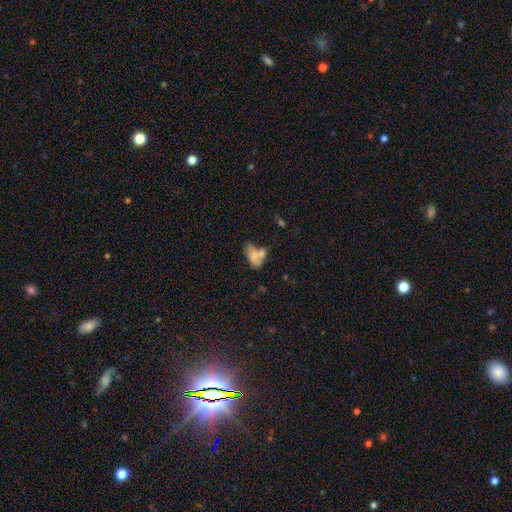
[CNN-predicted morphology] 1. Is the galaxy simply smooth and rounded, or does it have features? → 67% smooth, 23% featured or disk, 10% star or artifact.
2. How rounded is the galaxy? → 87% in between, 10% round, 3% cigar-shaped.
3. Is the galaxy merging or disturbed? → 47% merger, 25% none, 16% minor disturbance, 13% major disturbance.